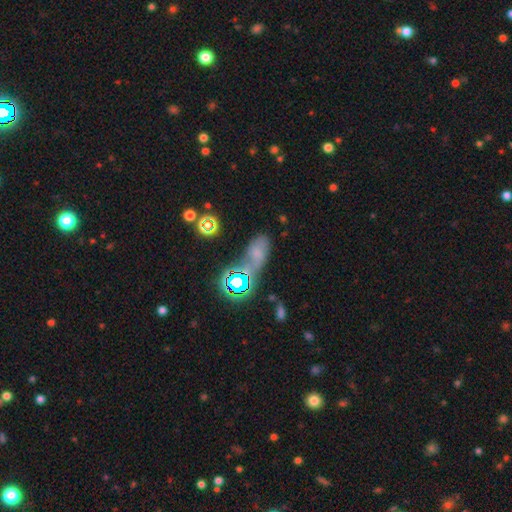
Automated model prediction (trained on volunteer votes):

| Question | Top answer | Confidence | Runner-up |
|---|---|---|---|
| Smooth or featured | star or artifact | 46% | smooth (33%) |